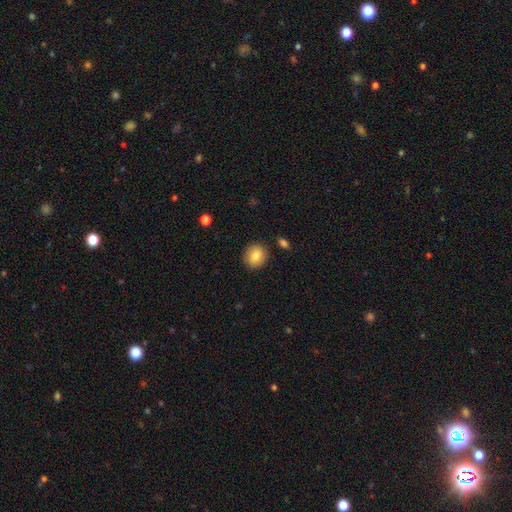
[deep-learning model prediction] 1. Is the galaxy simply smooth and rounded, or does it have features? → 84% smooth, 8% featured or disk, 8% star or artifact.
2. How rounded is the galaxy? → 84% round, 15% in between, 1% cigar-shaped.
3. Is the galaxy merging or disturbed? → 89% none, 7% minor disturbance, 2% major disturbance, 2% merger.